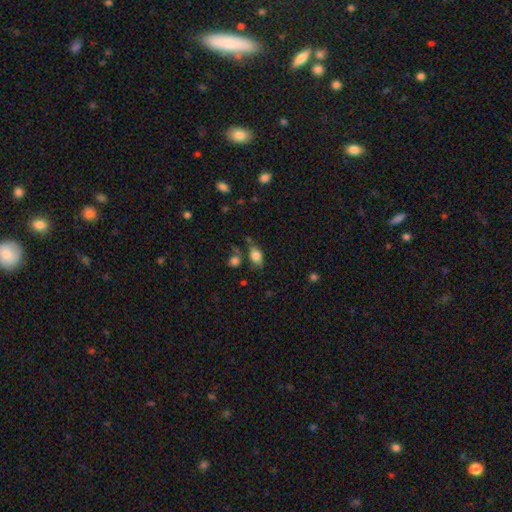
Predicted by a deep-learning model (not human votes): This appears to be a smooth galaxy with no disk features (81%) that is in between round and cigar-shaped (83%). Merging: none (64%).